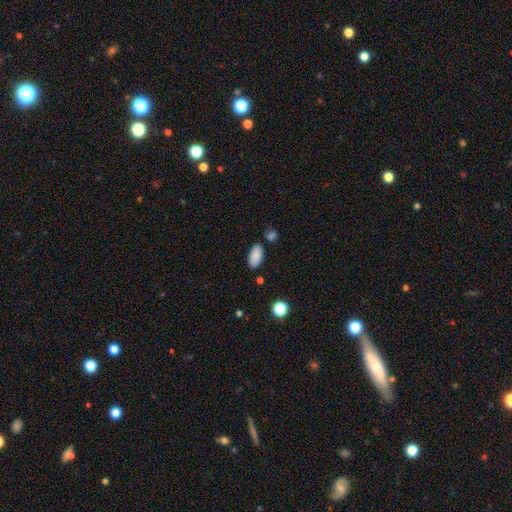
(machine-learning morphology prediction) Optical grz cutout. It shows a smooth galaxy with no disk features (88%) that is in between round and cigar-shaped (91%). Merging: none (80%).